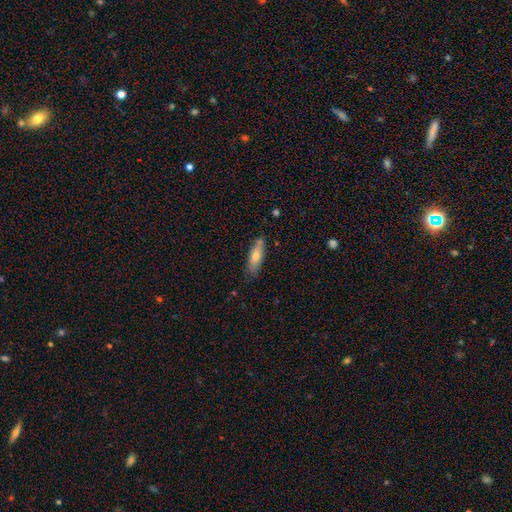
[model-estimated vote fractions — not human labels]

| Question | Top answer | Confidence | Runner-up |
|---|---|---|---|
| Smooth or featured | smooth | 65% | featured or disk (28%) |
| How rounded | cigar-shaped | 51% | in between (47%) |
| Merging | none | 74% | minor disturbance (17%) |